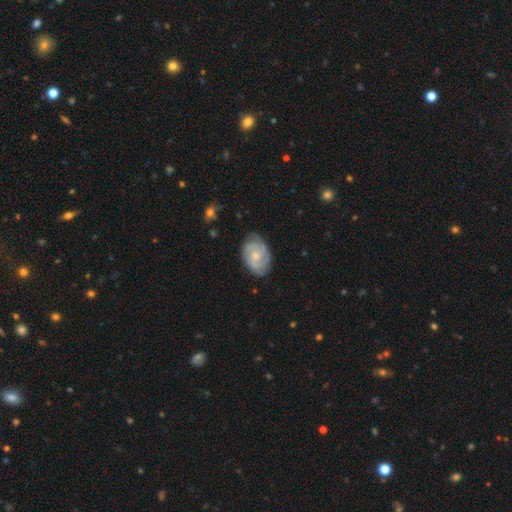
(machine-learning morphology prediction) Q: Smooth or featured?
A: featured or disk (71%); runner-up: smooth (23%)
Q: Edge-on disk?
A: no (97%); runner-up: yes (3%)
Q: Bar?
A: no (71%); runner-up: weak (26%)
Q: Spiral arms?
A: yes (91%); runner-up: no (9%)
Q: Spiral winding?
A: tight (56%); runner-up: medium (34%)
Q: Spiral arm count?
A: can't tell (34%); runner-up: 3 (25%)
Q: Bulge size?
A: small (52%); runner-up: moderate (41%)
Q: Merging?
A: none (74%); runner-up: minor disturbance (20%)